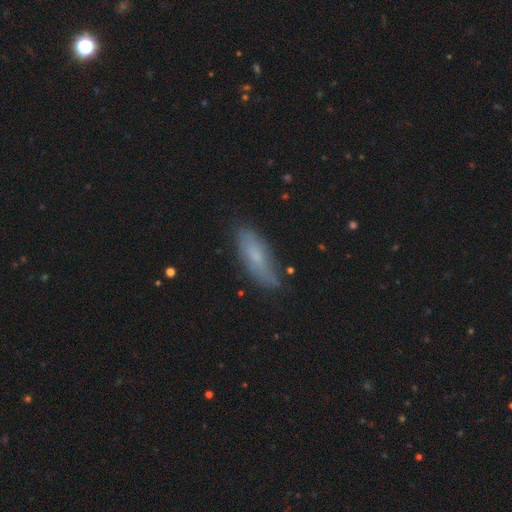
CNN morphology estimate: The model was most divided on "how rounded": in between: 54%, cigar-shaped: 44%, round: 2%. More confident: merging — none (77%); smooth or featured — smooth (65%).